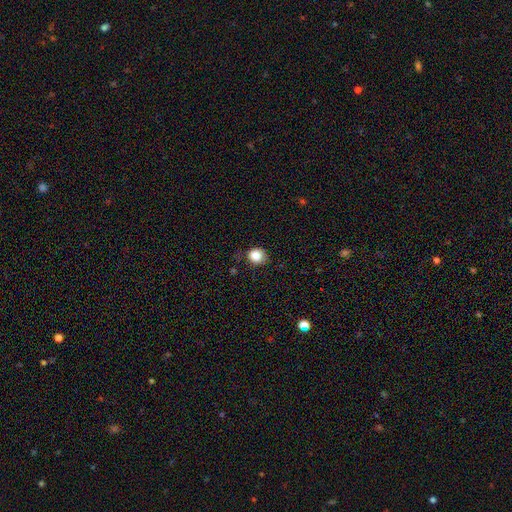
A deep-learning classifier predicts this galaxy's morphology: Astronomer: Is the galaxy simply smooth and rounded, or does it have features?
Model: smooth — 84%.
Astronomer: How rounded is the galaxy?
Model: round — 80%.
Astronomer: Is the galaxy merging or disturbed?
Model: none — 77%.